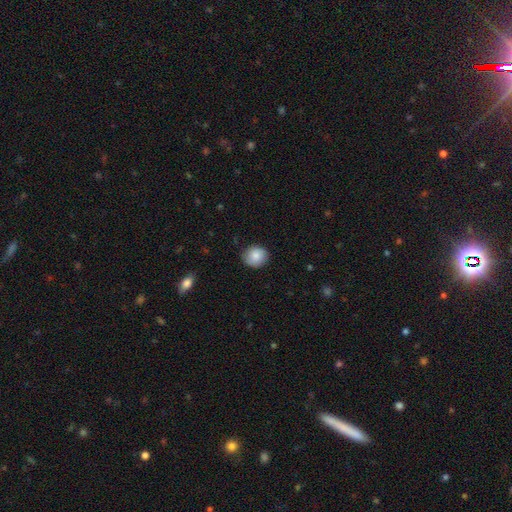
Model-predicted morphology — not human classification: smooth 85%, star or artifact 8%, featured or disk 7%. Down the decision tree: how rounded — round (81%); merging — none (84%).